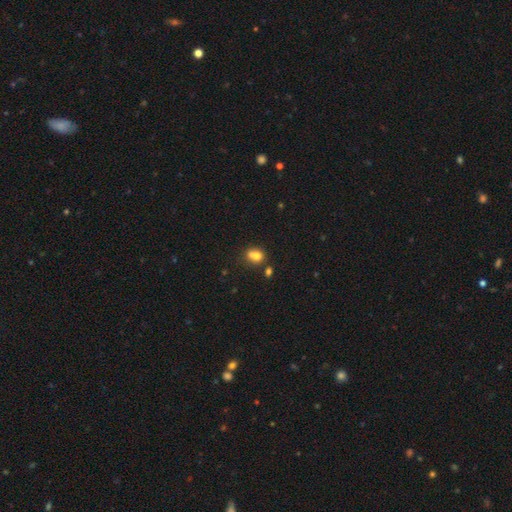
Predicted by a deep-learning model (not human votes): smooth_or_featured: smooth (p=0.74) [alt: featured or disk p=0.14]
how_rounded: round (p=0.56) [alt: in between p=0.43]
merging: merger (p=0.44) [alt: none p=0.38]